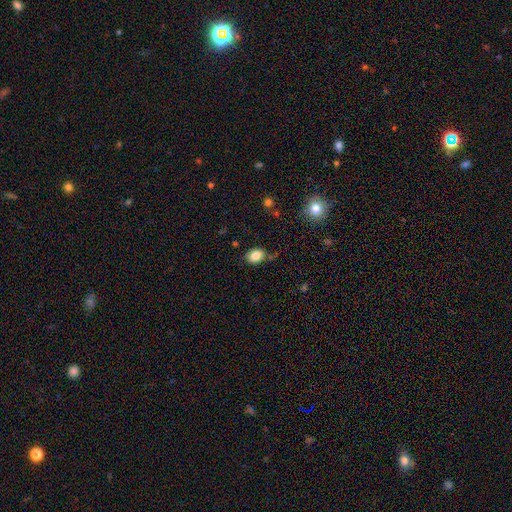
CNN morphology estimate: A smooth galaxy with no disk features (85%) that is in between round and cigar-shaped (70%).

Vote fractions:
- Smooth or featured? smooth: 85% / star or artifact: 9% / featured or disk: 6%
- How rounded? in between: 70% / round: 29% / cigar-shaped: 1%
- Merging? none: 77% / minor disturbance: 16% / major disturbance: 4% / merger: 4%